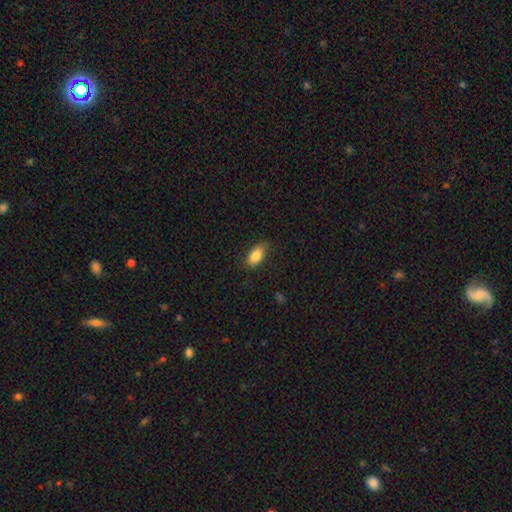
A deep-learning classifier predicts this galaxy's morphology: Smooth or featured? Predicted: smooth (p=0.84). How rounded? Predicted: in between (p=0.89). Merging? Predicted: none (p=0.78).